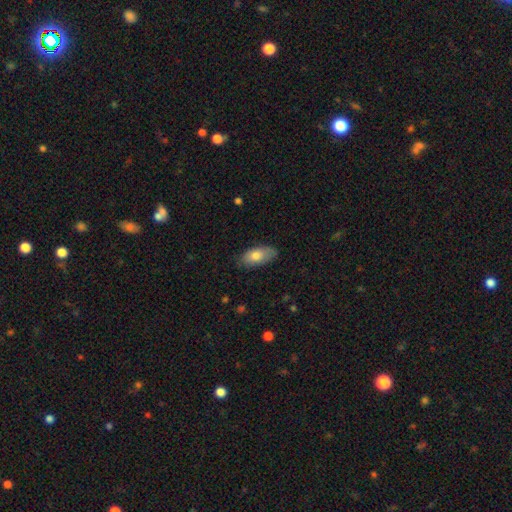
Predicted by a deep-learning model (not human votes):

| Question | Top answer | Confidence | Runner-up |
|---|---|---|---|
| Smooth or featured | smooth | 77% | featured or disk (17%) |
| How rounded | in between | 89% | cigar-shaped (8%) |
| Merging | none | 80% | minor disturbance (16%) |